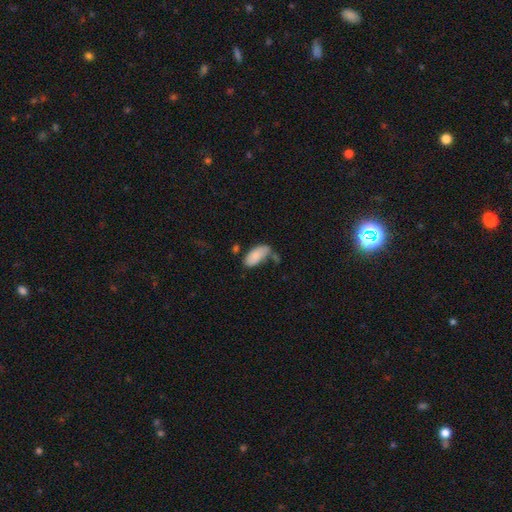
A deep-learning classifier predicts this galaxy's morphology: Smooth or featured: smooth — 84% (featured or disk — 9%)
How rounded: in between — 91% (cigar-shaped — 7%)
Merging: none — 46% (minor disturbance — 26%)